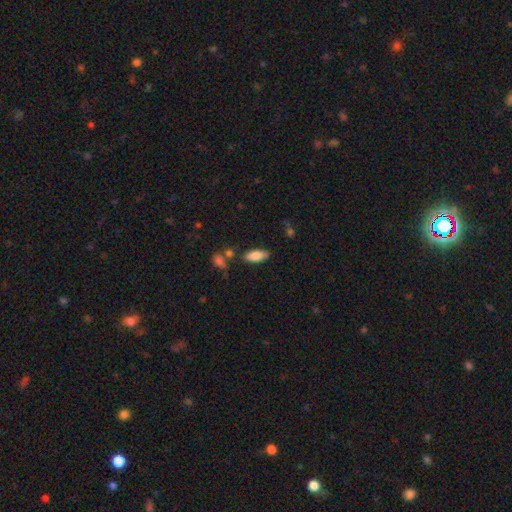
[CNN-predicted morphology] Smooth or featured: smooth — 85% (featured or disk — 8%)
How rounded: in between — 82% (cigar-shaped — 16%)
Merging: none — 76% (minor disturbance — 14%)